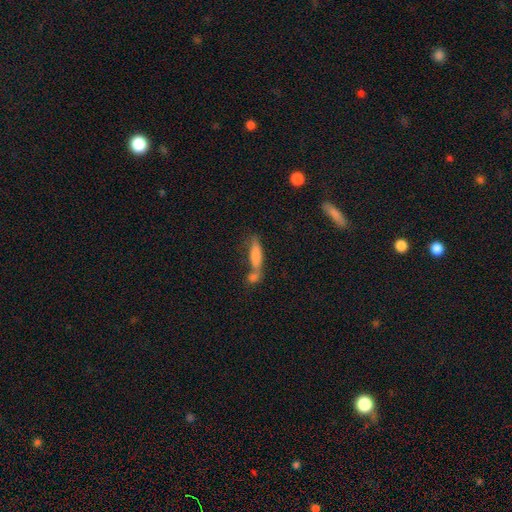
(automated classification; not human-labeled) Smooth or featured: smooth — 77% (featured or disk — 15%)
How rounded: cigar-shaped — 57% (in between — 40%)
Merging: merger — 52% (none — 30%)